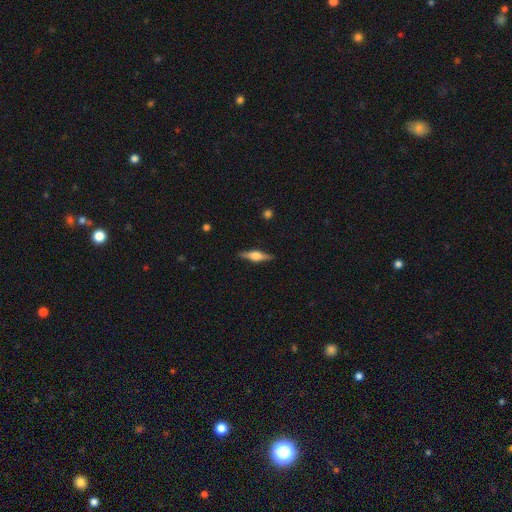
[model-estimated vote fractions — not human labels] smooth_or_featured: featured or disk (p=0.66) [alt: smooth p=0.28]
disk_edge_on: yes (p=0.97) [alt: no p=0.03]
edge_on_bulge: rounded (p=0.87) [alt: boxy p=0.11]
merging: none (p=0.89) [alt: minor disturbance p=0.08]